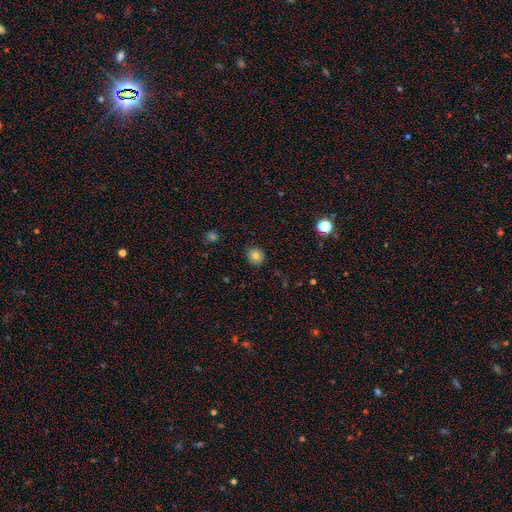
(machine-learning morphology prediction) smooth-or-featured: smooth: 77% | star or artifact: 12% | featured or disk: 11%
  how-rounded: round: 83% | in between: 16% | cigar-shaped: 1%
  merging: none: 88% | minor disturbance: 9% | major disturbance: 2% | merger: 1%